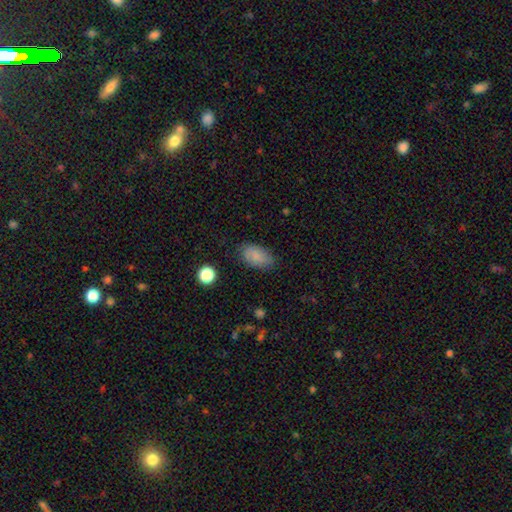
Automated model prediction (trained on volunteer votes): Smooth or featured?
  - smooth: 78% *
  - featured or disk: 13%
  - star or artifact: 9%
How rounded?
  - in between: 92% *
  - round: 6%
  - cigar-shaped: 2%
Merging?
  - none: 79% *
  - minor disturbance: 16%
  - major disturbance: 4%
  - merger: 1%